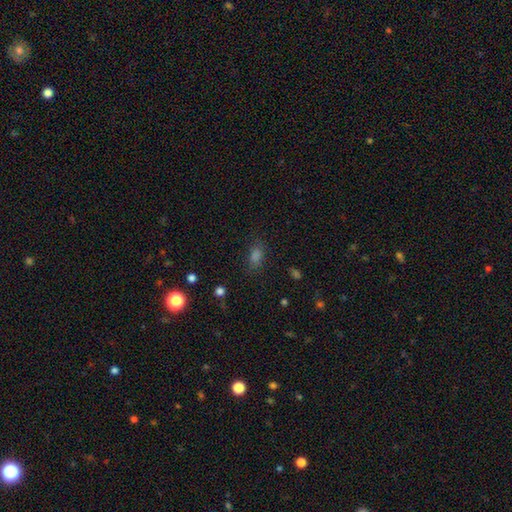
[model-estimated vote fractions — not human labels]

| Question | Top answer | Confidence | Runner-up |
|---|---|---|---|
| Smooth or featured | smooth | 71% | star or artifact (23%) |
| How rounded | in between | 80% | round (15%) |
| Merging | none | 82% | minor disturbance (12%) |